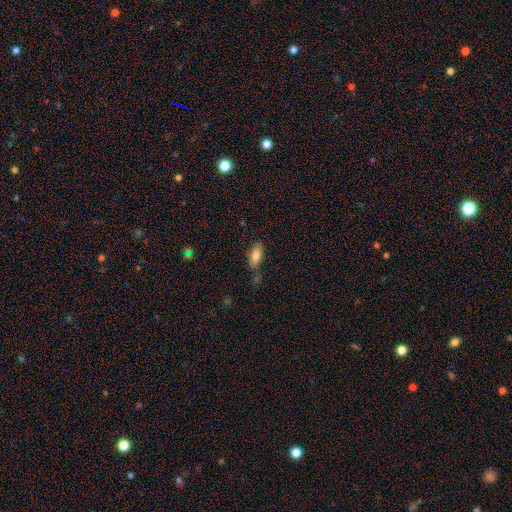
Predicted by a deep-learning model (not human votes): A smooth galaxy with no disk features (80%) that is in between round and cigar-shaped (81%). Merging: none (63%).